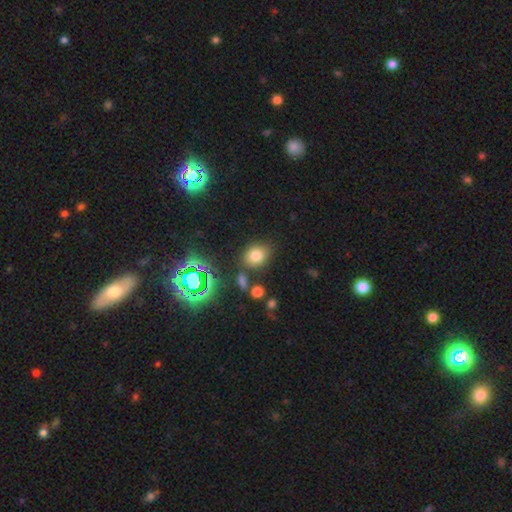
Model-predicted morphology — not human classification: Smooth or featured?
  - smooth: 73% *
  - star or artifact: 19%
  - featured or disk: 8%
How rounded?
  - in between: 52% *
  - round: 47%
  - cigar-shaped: 1%
Merging?
  - none: 76% *
  - minor disturbance: 13%
  - merger: 7%
  - major disturbance: 4%